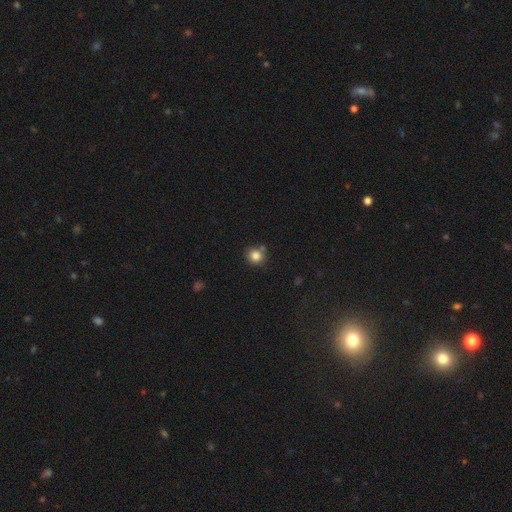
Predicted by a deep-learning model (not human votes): A smooth galaxy with no disk features (83%) that is round (89%). Merging: none (75%).